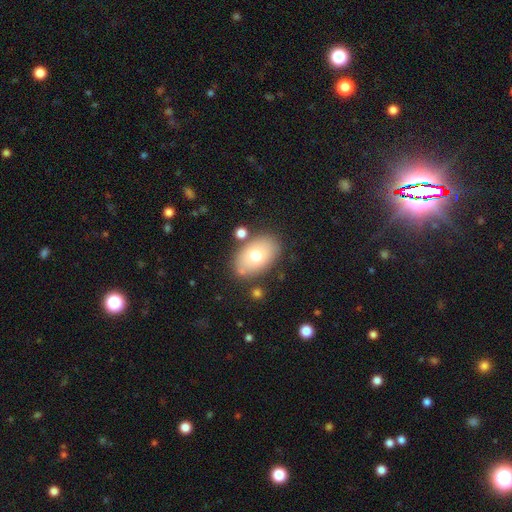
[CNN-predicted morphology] type=smooth (70%); roundness=in between (87%); merging=none (77%).